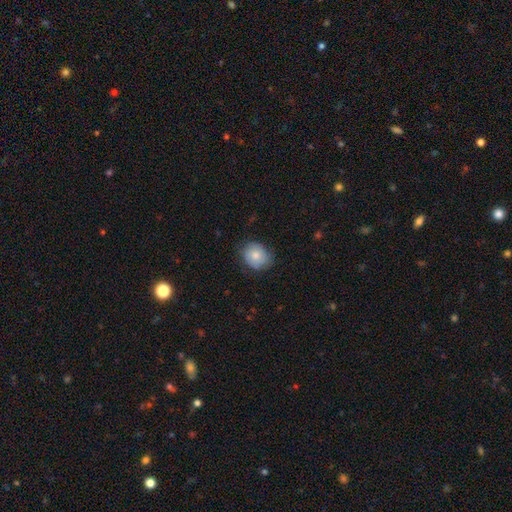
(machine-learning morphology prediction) smooth-or-featured: smooth: 77% | featured or disk: 16% | star or artifact: 8%
  how-rounded: round: 61% | in between: 38% | cigar-shaped: 1%
  merging: none: 73% | minor disturbance: 21% | major disturbance: 5% | merger: 1%